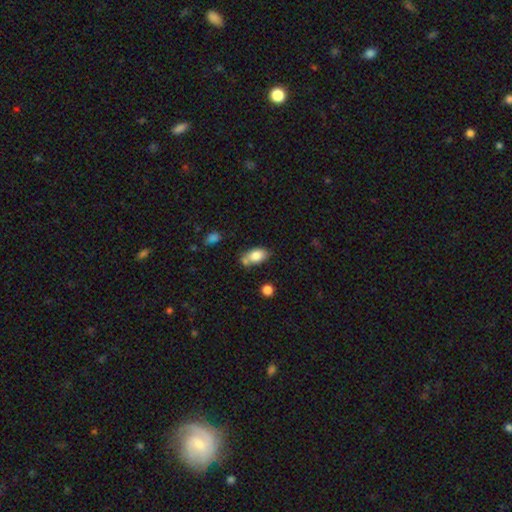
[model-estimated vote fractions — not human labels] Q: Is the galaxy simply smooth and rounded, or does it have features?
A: smooth — 81%.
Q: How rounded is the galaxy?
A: in between — 87%.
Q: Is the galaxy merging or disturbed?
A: none — 54%.